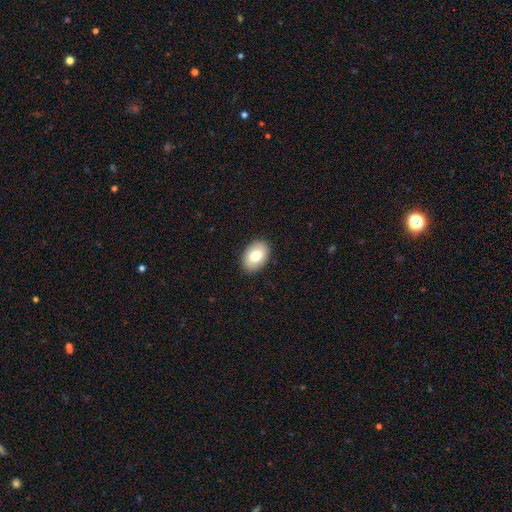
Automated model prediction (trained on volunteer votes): This appears to be a smooth galaxy with no disk features (79%) that is in between round and cigar-shaped (85%). Merging: none (90%).